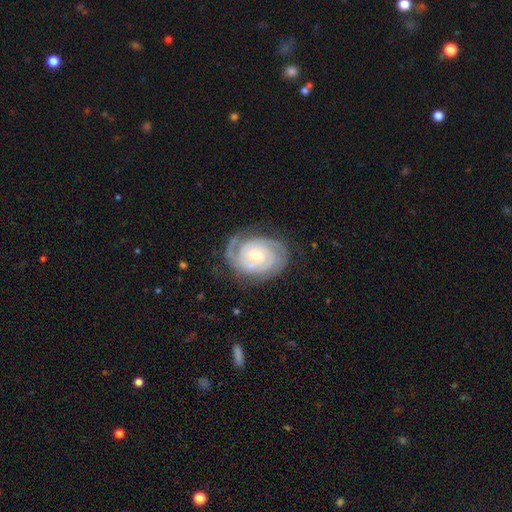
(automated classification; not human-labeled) smooth-or-featured: featured or disk: 89% | smooth: 6% | star or artifact: 4%
  disk-edge-on: no: 97% | yes: 3%
    bar: no: 67% | weak: 26% | strong: 7%
    has-spiral-arms: yes: 97% | no: 3%
      spiral-winding: tight: 78% | medium: 19% | loose: 4%
      spiral-arm-count: 2: 47% | 3: 21% | can't tell: 18% | 4: 5% | 1: 5% | more than 4: 4%
    bulge-size: moderate: 52% | small: 44% | large: 2% | none: 1% | dominant: 1%
  merging: none: 76% | minor disturbance: 16% | major disturbance: 7% | merger: 1%